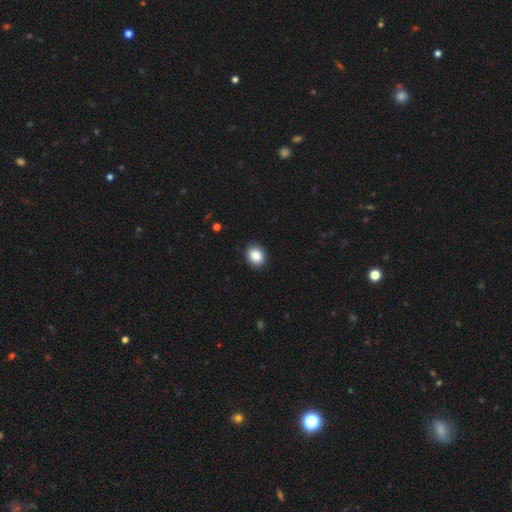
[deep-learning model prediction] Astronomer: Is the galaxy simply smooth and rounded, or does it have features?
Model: smooth — 88%.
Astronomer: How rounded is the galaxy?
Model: in between — 52% (runner-up: round, 47%).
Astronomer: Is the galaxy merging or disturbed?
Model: none — 90%.